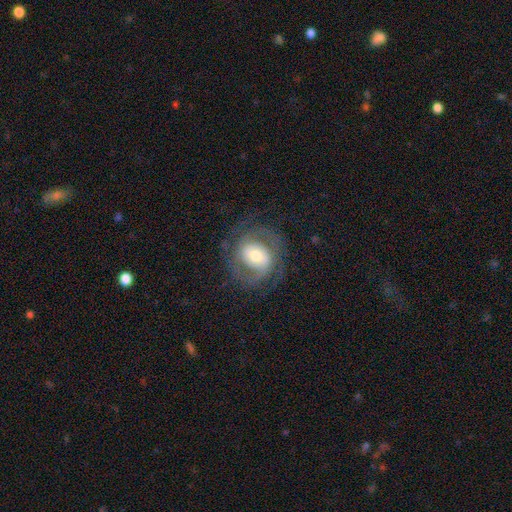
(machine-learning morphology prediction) Smooth or featured? featured or disk (72%)
Edge-on disk? no (97%)
Bar? no (50%)
Spiral arms? yes (85%)
Spiral winding? tight (45%)
Spiral arm count? 2 (67%)
Bulge size? moderate (60%)
Merging? none (74%)